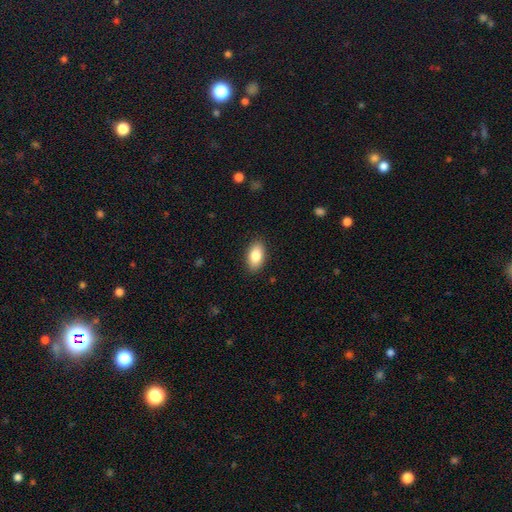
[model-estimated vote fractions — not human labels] smooth-or-featured: smooth: 84% | featured or disk: 9% | star or artifact: 7%
  how-rounded: in between: 92% | round: 5% | cigar-shaped: 3%
  merging: none: 89% | minor disturbance: 8% | major disturbance: 2% | merger: 1%